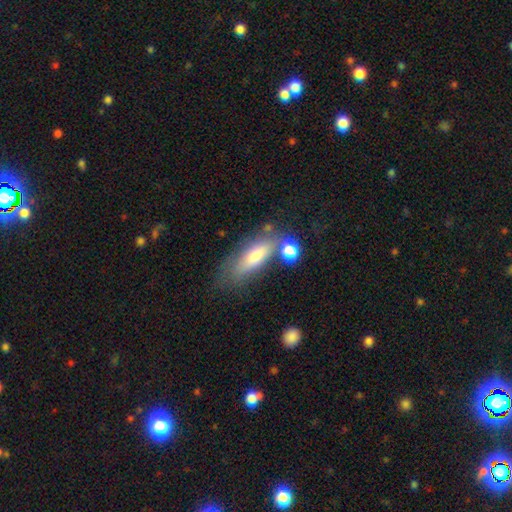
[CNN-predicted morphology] smooth-or-featured: smooth: 67% | featured or disk: 24% | star or artifact: 9%
  how-rounded: in between: 57% | cigar-shaped: 40% | round: 3%
  merging: none: 53% | minor disturbance: 21% | merger: 15% | major disturbance: 11%